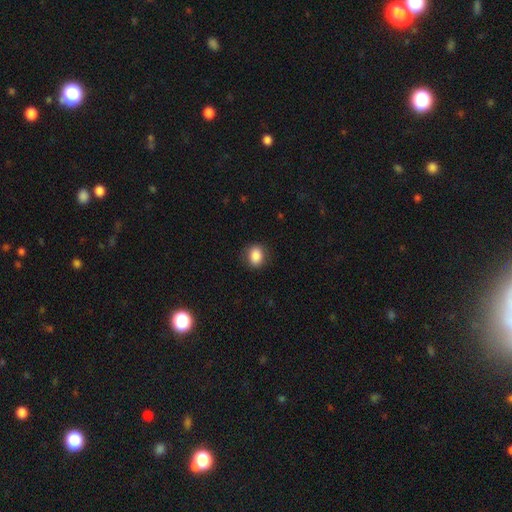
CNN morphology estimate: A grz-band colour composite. It shows a smooth galaxy with no disk features (87%) that is in between round and cigar-shaped (55%). Merging: none (85%).